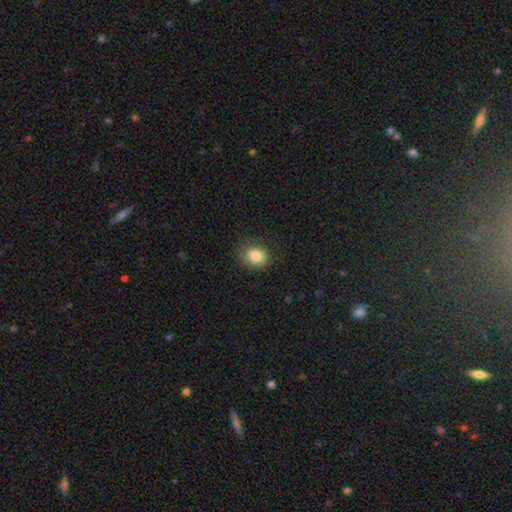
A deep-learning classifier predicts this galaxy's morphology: smooth-or-featured: smooth: 84% | star or artifact: 10% | featured or disk: 6%
  how-rounded: round: 61% | in between: 38% | cigar-shaped: 1%
  merging: none: 73% | minor disturbance: 19% | major disturbance: 6% | merger: 1%